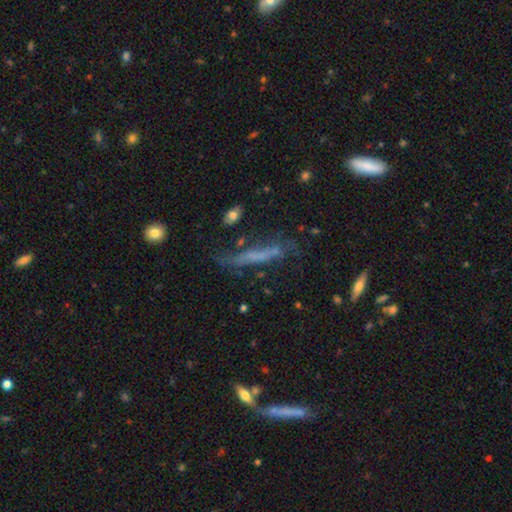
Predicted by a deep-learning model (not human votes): Smooth or featured? Predicted: smooth (p=0.44). Merging? Predicted: none (p=0.52).